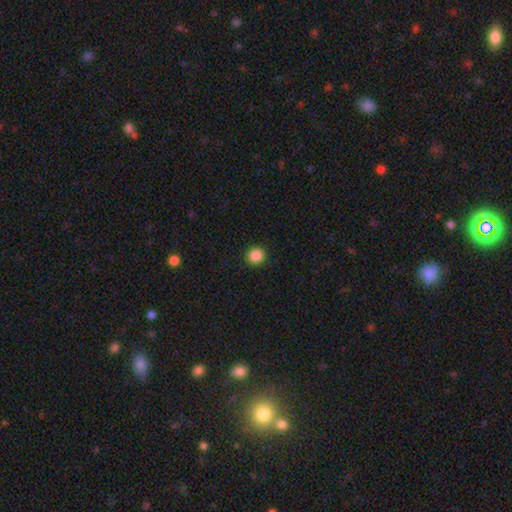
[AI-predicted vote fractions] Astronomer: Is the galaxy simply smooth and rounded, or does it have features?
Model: smooth — 87%.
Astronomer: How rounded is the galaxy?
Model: round — 89%.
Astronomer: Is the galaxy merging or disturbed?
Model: none — 92%.